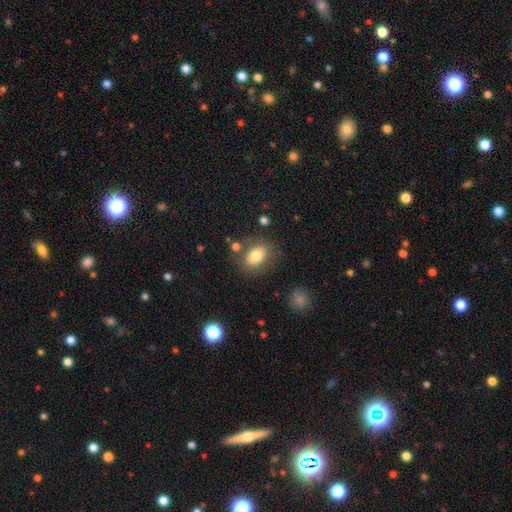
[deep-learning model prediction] smooth-or-featured: smooth: 74% | featured or disk: 17% | star or artifact: 8%
  how-rounded: in between: 78% | round: 20% | cigar-shaped: 1%
  merging: none: 73% | minor disturbance: 14% | merger: 7% | major disturbance: 6%